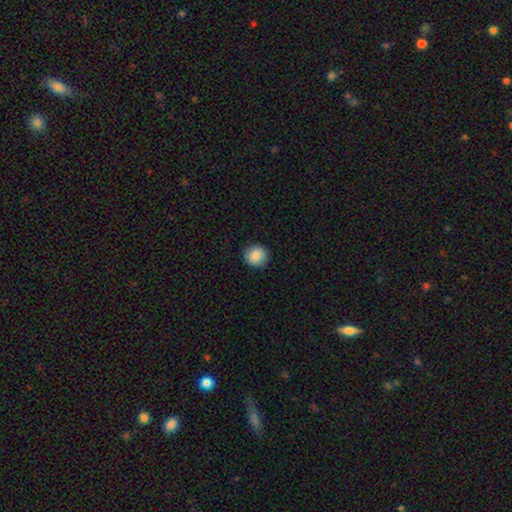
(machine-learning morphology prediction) A smooth galaxy with no disk features (87%) that is round (93%).

Vote fractions:
- Smooth or featured? smooth: 87% / star or artifact: 8% / featured or disk: 5%
- How rounded? round: 93% / in between: 6% / cigar-shaped: 1%
- Merging? none: 91% / minor disturbance: 6% / major disturbance: 2% / merger: 1%